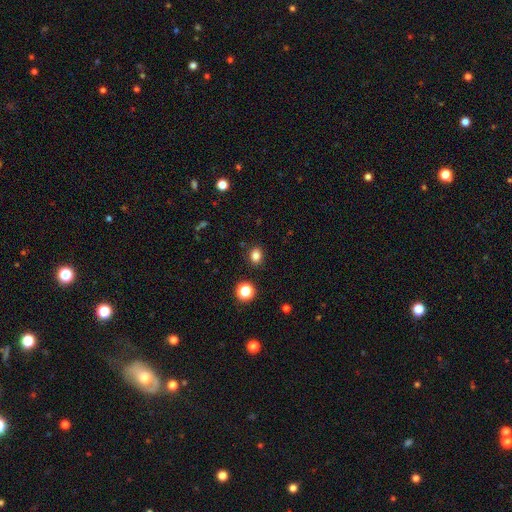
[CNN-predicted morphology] smooth-or-featured: smooth: 82% | star or artifact: 13% | featured or disk: 5%
  how-rounded: round: 57% | in between: 42% | cigar-shaped: 1%
  merging: none: 88% | minor disturbance: 8% | major disturbance: 2% | merger: 2%